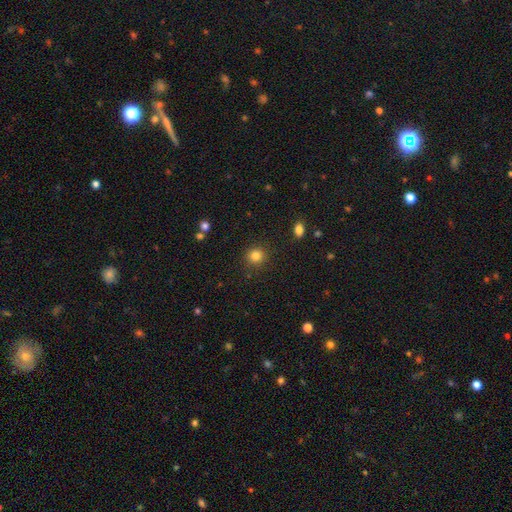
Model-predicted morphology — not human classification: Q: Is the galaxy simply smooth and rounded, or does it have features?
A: smooth — 83%.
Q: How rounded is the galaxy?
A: round — 89%.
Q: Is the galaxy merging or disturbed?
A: none — 89%.